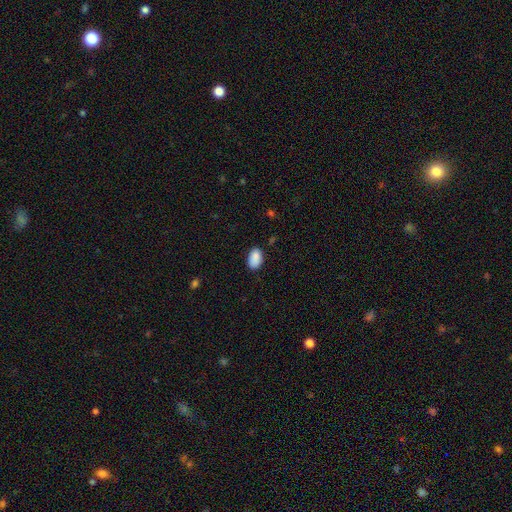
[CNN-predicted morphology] Smooth or featured? Predicted: smooth (p=0.88). How rounded? Predicted: in between (p=0.91). Merging? Predicted: none (p=0.81).